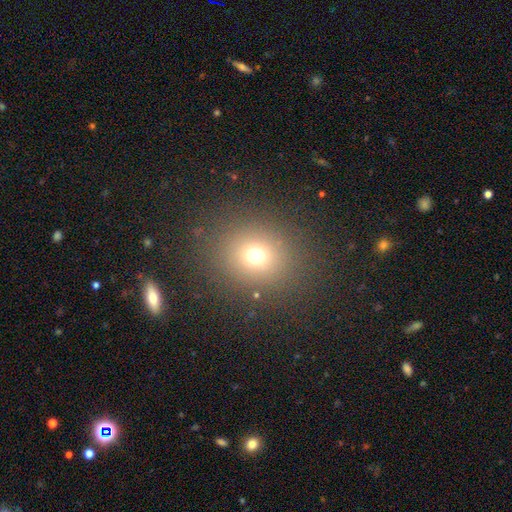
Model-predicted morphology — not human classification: Q: Smooth or featured?
A: smooth (69%); runner-up: star or artifact (22%)
Q: How rounded?
A: round (78%); runner-up: in between (21%)
Q: Merging?
A: none (85%); runner-up: minor disturbance (8%)